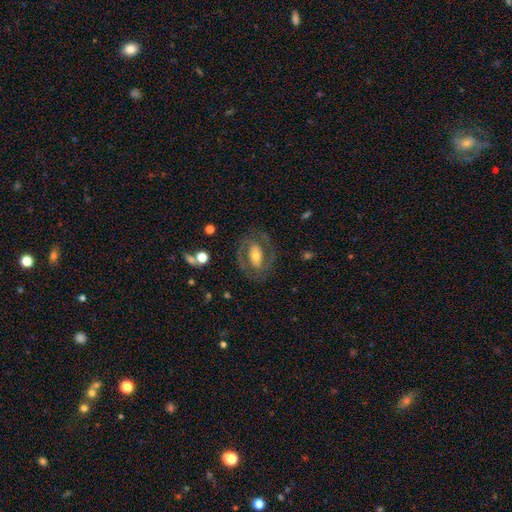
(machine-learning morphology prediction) Smooth or featured?
  - featured or disk: 69% *
  - smooth: 24%
  - star or artifact: 7%
Edge-on disk?
  - no: 95% *
  - yes: 5%
Bar?
  - no: 43% *
  - weak: 31%
  - strong: 26%
Spiral arms?
  - yes: 64% *
  - no: 36%
Bulge size?
  - moderate: 58% *
  - small: 26%
  - large: 12%
  - dominant: 2%
  - none: 2%
Merging?
  - none: 73% *
  - minor disturbance: 13%
  - major disturbance: 12%
  - merger: 2%